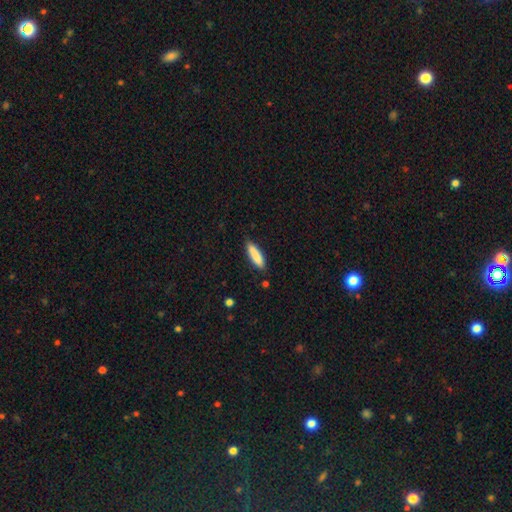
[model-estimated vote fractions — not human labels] This is clearly a smooth galaxy (86%). How rounded: likely cigar-shaped (71%). Merging: clearly none (85%).